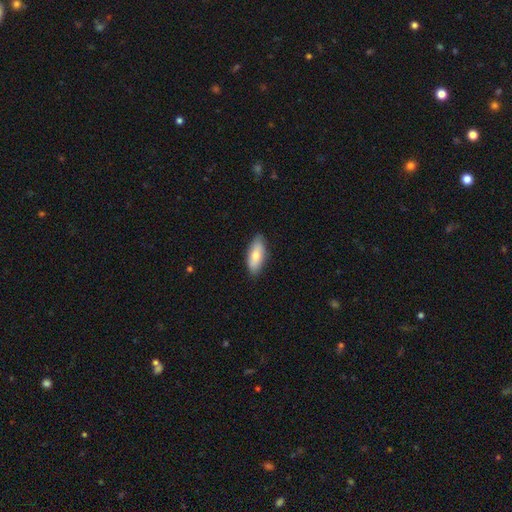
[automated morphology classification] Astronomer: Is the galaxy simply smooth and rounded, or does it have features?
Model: smooth — 72%.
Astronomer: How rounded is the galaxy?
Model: in between — 83%.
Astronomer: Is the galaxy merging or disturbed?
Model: none — 84%.